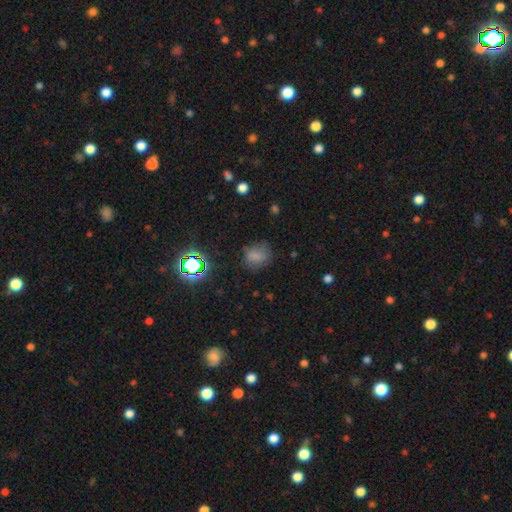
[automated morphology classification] smooth 70%, star or artifact 20%, featured or disk 10%. Down the decision tree: how rounded — round (52%); merging — none (66%).